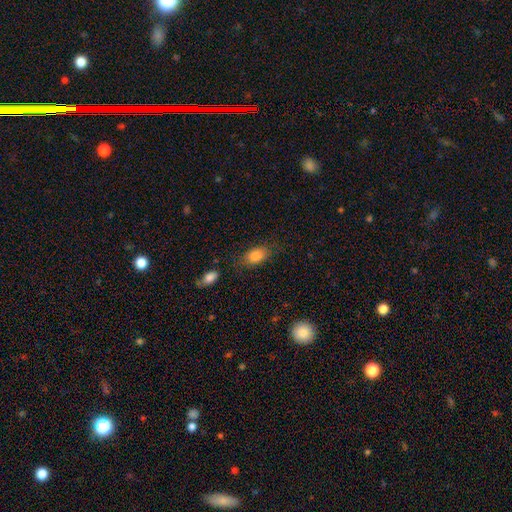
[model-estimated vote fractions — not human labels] Smooth or featured? Predicted: smooth (p=0.84). How rounded? Predicted: in between (p=0.81). Merging? Predicted: none (p=0.74).